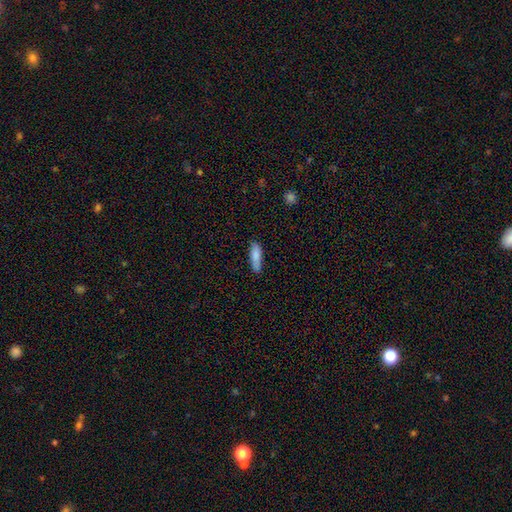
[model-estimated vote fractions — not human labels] smooth 84%, featured or disk 10%, star or artifact 6%. Down the decision tree: how rounded — cigar-shaped (58%); merging — none (77%).